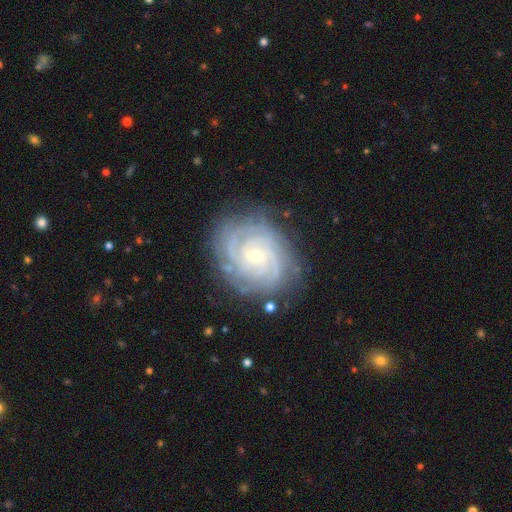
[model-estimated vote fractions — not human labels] Smooth or featured? Predicted: featured or disk (p=0.88). Edge-on disk? Predicted: no (p=0.97). Bar? Predicted: no (p=0.61). Spiral arms? Predicted: yes (p=0.98). Spiral winding? Predicted: tight (p=0.78). Spiral arm count? Predicted: can't tell (p=0.24, tied with 4). Bulge size? Predicted: small (p=0.64). Merging? Predicted: none (p=0.80).